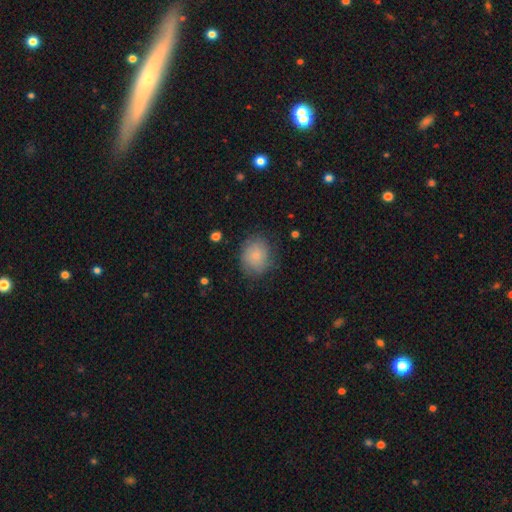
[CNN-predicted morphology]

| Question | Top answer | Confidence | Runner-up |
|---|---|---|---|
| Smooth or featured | smooth | 75% | featured or disk (17%) |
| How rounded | round | 69% | in between (31%) |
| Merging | none | 72% | minor disturbance (20%) |